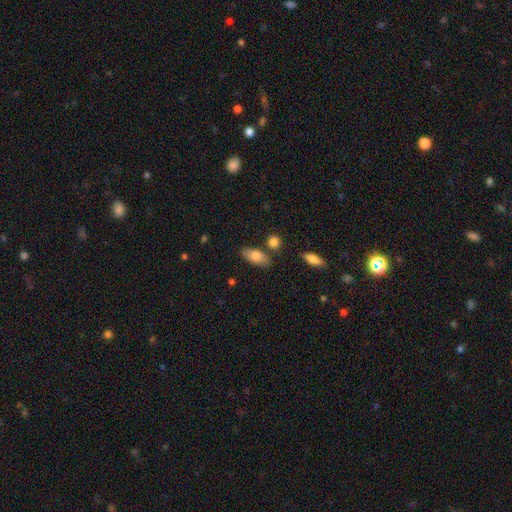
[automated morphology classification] smooth 76%, featured or disk 17%, star or artifact 7%. Down the decision tree: how rounded — in between (87%); merging — none (78%).